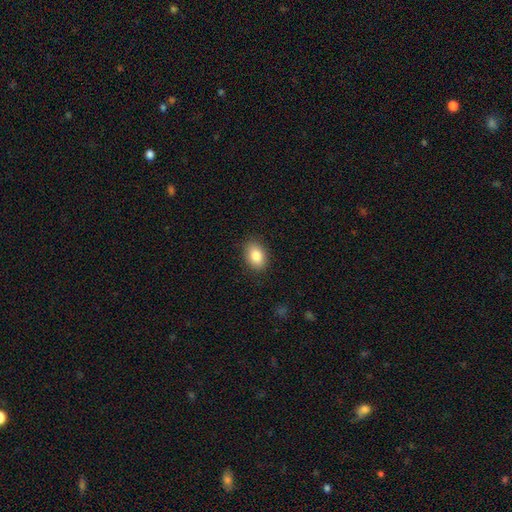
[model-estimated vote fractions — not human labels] The model was most divided on "how rounded": in between: 81%, round: 18%, cigar-shaped: 1%. More confident: merging — none (88%); smooth or featured — smooth (84%).